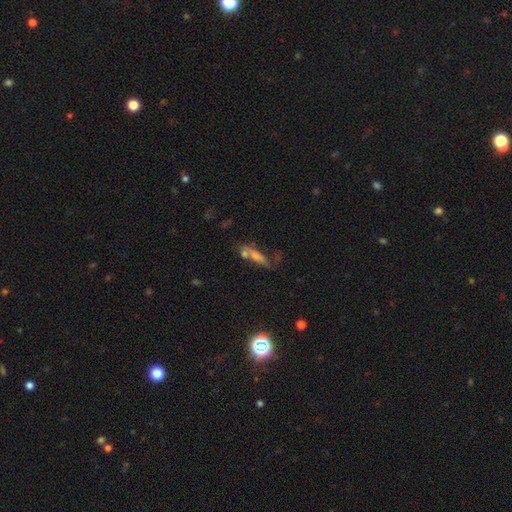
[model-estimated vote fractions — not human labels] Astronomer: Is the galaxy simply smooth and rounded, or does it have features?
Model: smooth — 55%.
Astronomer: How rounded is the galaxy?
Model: cigar-shaped — 61%.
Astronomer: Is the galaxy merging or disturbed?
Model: none — 46% (runner-up: merger, 25%).